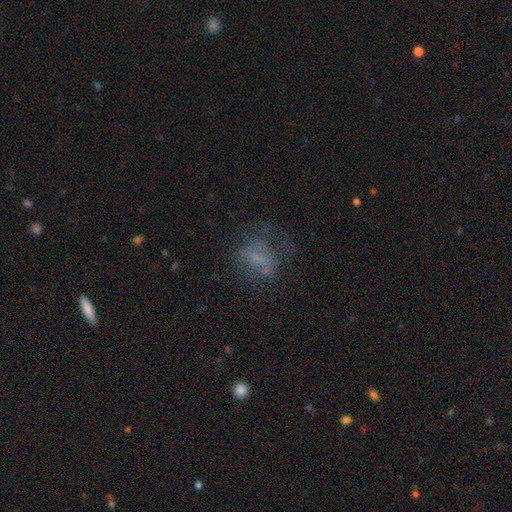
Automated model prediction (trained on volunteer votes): smooth_or_featured: smooth (p=0.43) [alt: featured or disk p=0.34]
merging: none (p=0.44) [alt: major disturbance p=0.32]